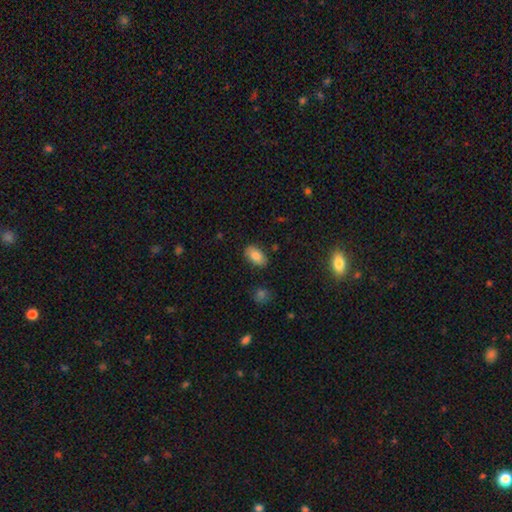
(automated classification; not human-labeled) A smooth galaxy with no disk features (83%) that is in between round and cigar-shaped (93%).

Vote fractions:
- Smooth or featured? smooth: 83% / featured or disk: 9% / star or artifact: 8%
- How rounded? in between: 93% / round: 5% / cigar-shaped: 2%
- Merging? none: 85% / minor disturbance: 11% / major disturbance: 2% / merger: 2%